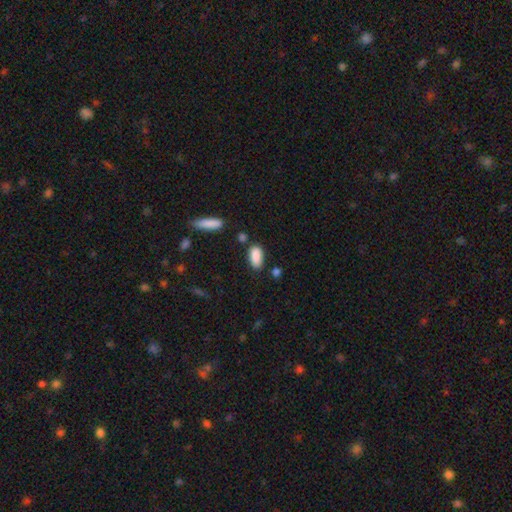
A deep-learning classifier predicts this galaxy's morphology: Q: Smooth or featured?
A: smooth (88%); runner-up: star or artifact (7%)
Q: How rounded?
A: in between (88%); runner-up: cigar-shaped (9%)
Q: Merging?
A: none (74%); runner-up: minor disturbance (16%)